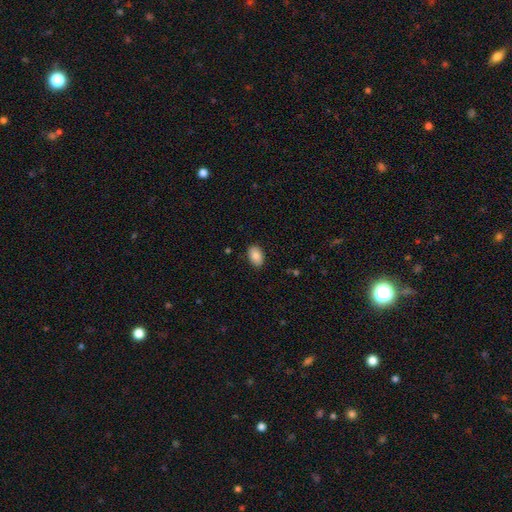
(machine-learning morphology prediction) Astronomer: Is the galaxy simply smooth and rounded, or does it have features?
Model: smooth — 84%.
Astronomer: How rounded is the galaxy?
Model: in between — 89%.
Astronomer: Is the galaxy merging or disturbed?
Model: none — 87%.